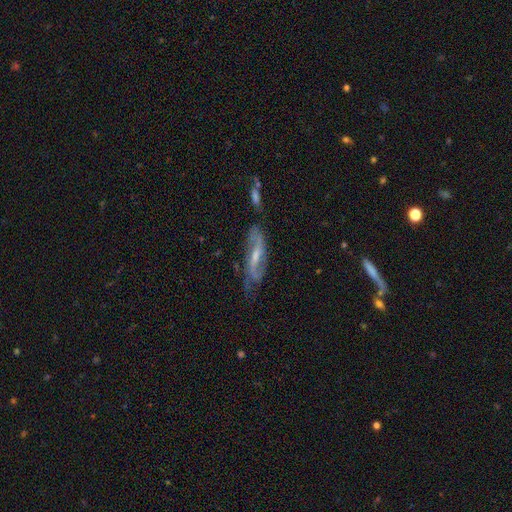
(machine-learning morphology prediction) Smooth or featured? featured or disk (78%)
Edge-on disk? no (81%)
Bar? weak (47%)
Spiral arms? yes (92%)
Spiral winding? medium (41%)
Spiral arm count? 2 (80%)
Bulge size? small (50%)
Merging? none (60%)